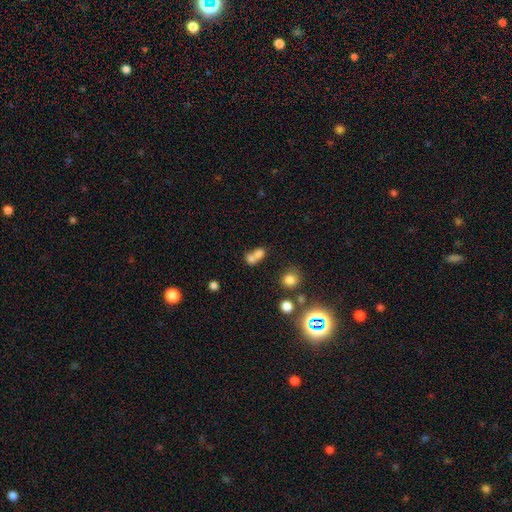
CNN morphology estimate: Smooth or featured?
  - smooth: 70% *
  - featured or disk: 15%
  - star or artifact: 14%
How rounded?
  - round: 53% *
  - in between: 45%
  - cigar-shaped: 2%
Merging?
  - merger: 65% *
  - none: 24%
  - minor disturbance: 6%
  - major disturbance: 4%